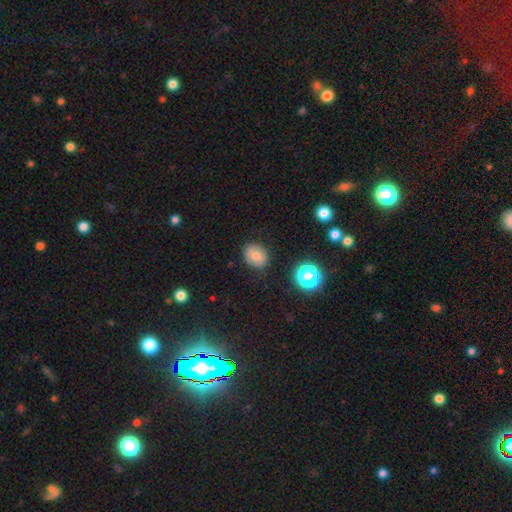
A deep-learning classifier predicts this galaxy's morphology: The model was most divided on "how rounded": round: 58%, in between: 41%, cigar-shaped: 1%. More confident: merging — none (83%); smooth or featured — smooth (72%).